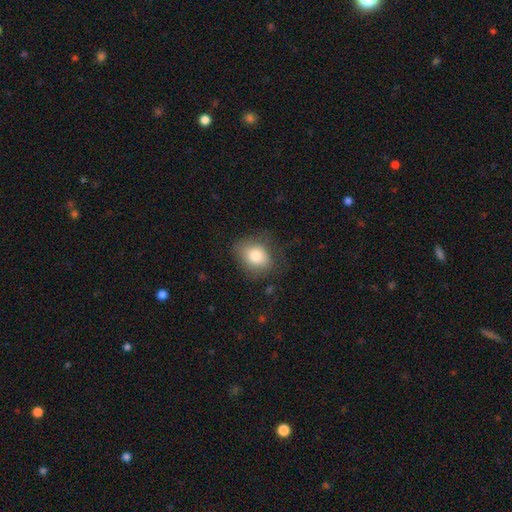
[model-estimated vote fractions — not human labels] Smooth or featured: smooth — 79% (featured or disk — 12%)
How rounded: round — 56% (in between — 44%)
Merging: none — 66% (minor disturbance — 22%)